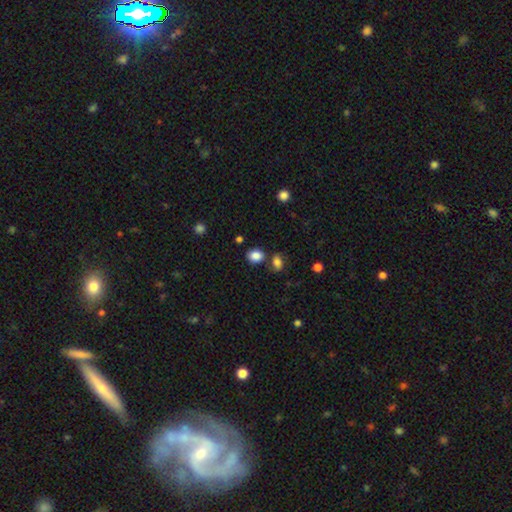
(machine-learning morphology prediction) type=smooth (85%); roundness=round (54%); merging=none (71%).